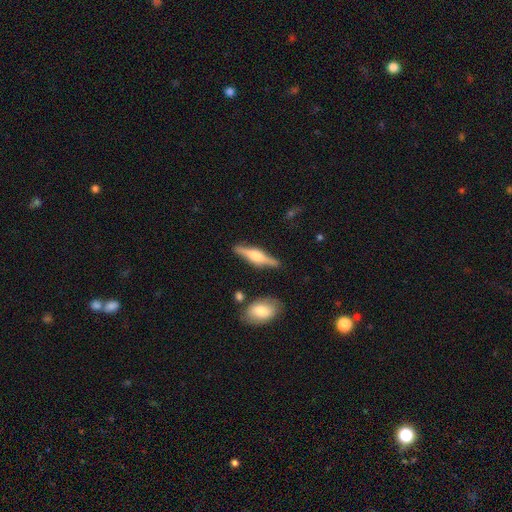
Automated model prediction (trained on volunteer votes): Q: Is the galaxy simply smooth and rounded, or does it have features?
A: featured or disk — 70%.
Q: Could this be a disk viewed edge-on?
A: yes — 97%.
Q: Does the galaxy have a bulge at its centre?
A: rounded — 84%.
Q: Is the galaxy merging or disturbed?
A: none — 86%.